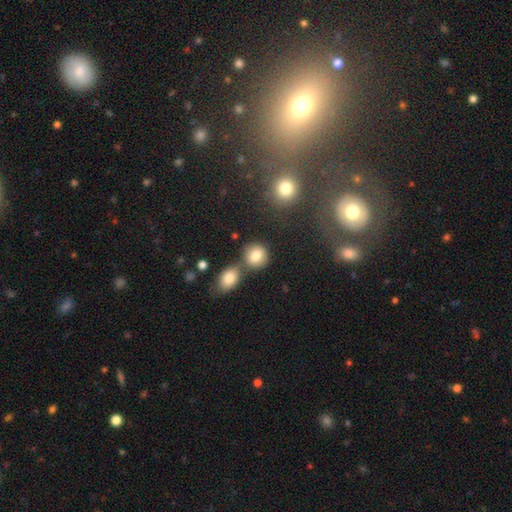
smooth_or_featured: smooth (p=0.77) [alt: star or artifact p=0.13]
how_rounded: round (p=1.00)
merging: none (p=0.47) [alt: merger p=0.41]